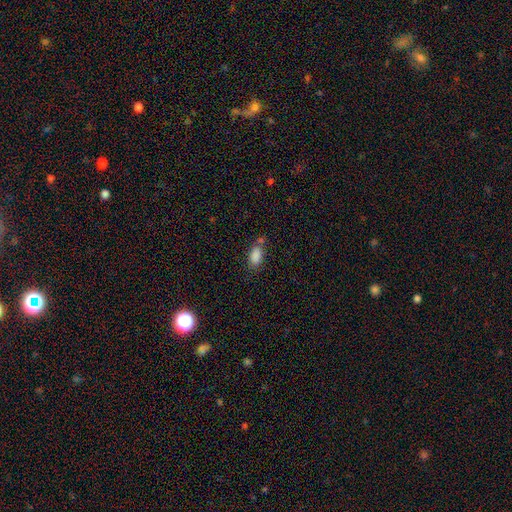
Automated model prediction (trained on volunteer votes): smooth-or-featured: smooth: 86% | star or artifact: 9% | featured or disk: 5%
  how-rounded: in between: 91% | round: 5% | cigar-shaped: 3%
  merging: none: 59% | minor disturbance: 18% | merger: 17% | major disturbance: 6%